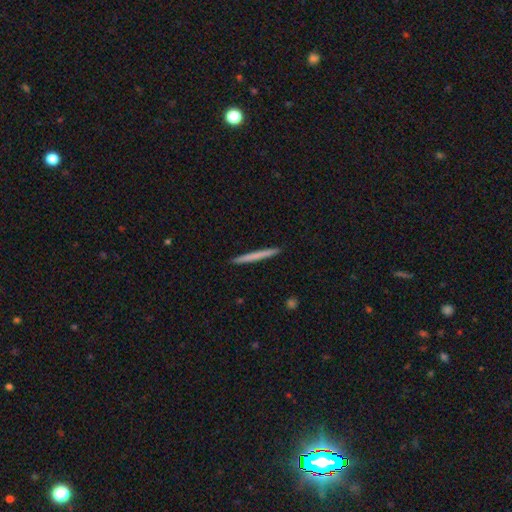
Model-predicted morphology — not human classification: smooth-or-featured: smooth: 66% | featured or disk: 29% | star or artifact: 5%
  how-rounded: cigar-shaped: 97% | in between: 2% | round: 1%
  merging: none: 93% | minor disturbance: 5% | major disturbance: 1% | merger: 1%